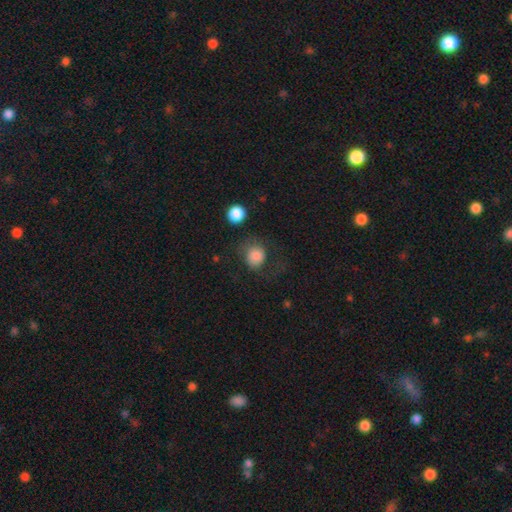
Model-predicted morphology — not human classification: A smooth galaxy with no disk features (81%) that is round (76%).

Vote fractions:
- Smooth or featured? smooth: 81% / star or artifact: 10% / featured or disk: 9%
- How rounded? round: 76% / in between: 23% / cigar-shaped: 1%
- Merging? none: 50% / major disturbance: 24% / minor disturbance: 22% / merger: 4%